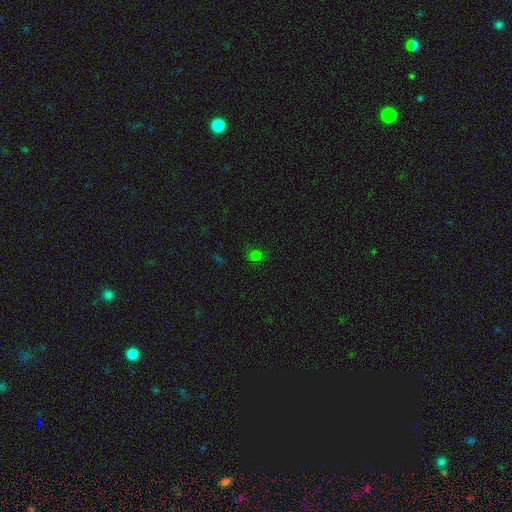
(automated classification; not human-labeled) smooth 70%, star or artifact 25%, featured or disk 5%. Down the decision tree: how rounded — round (69%); merging — none (81%).